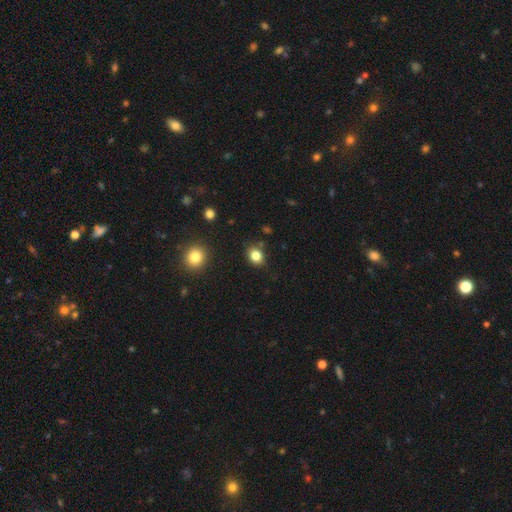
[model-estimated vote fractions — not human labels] Smooth or featured? smooth (83%)
How rounded? round (58%)
Merging? none (83%)